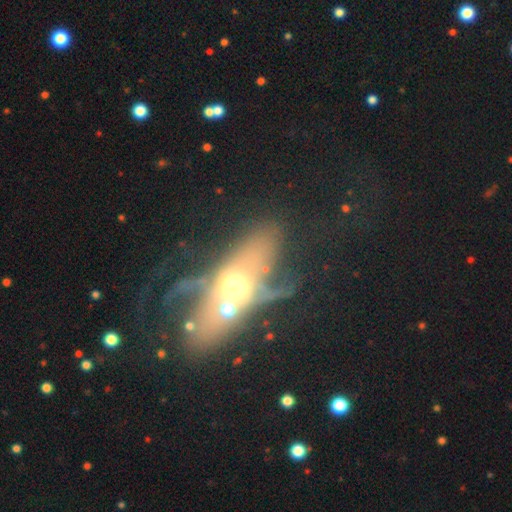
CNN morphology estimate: This appears to be a featured or disk galaxy (54%). Merging: major disturbance (37%).